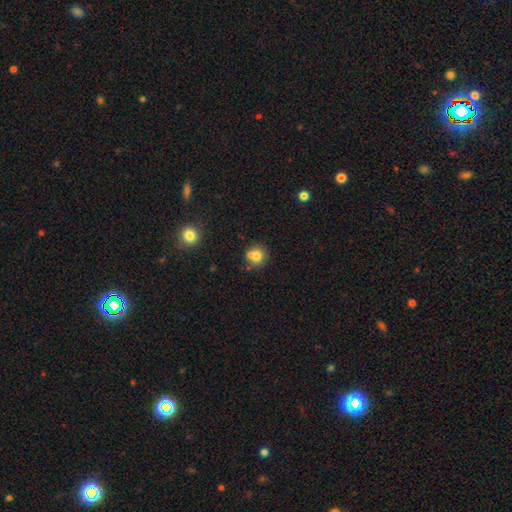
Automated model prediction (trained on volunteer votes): A smooth galaxy with no disk features (75%) that is round (85%). Merging: none (56%).